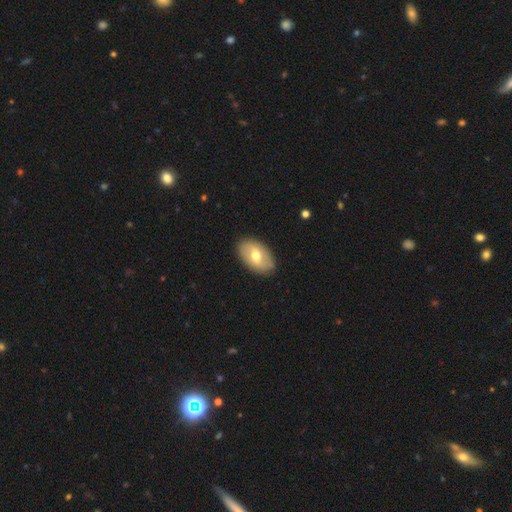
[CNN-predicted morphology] Smooth or featured? Predicted: smooth (p=0.59). How rounded? Predicted: in between (p=0.90). Merging? Predicted: none (p=0.86).